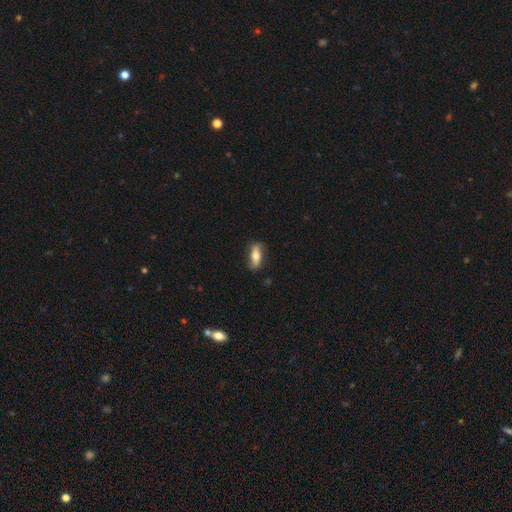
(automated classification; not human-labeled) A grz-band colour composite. It shows a smooth galaxy with no disk features (61%) that is in between round and cigar-shaped (69%). Merging: none (80%).